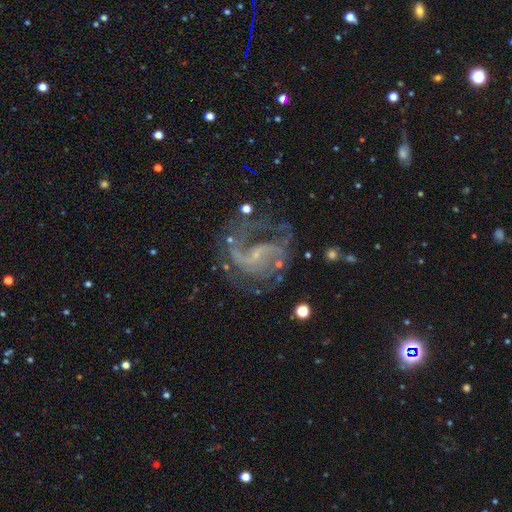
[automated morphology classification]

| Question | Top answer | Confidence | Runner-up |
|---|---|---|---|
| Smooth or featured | featured or disk | 82% | star or artifact (11%) |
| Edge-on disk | no | 98% | yes (2%) |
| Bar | weak | 44% | no (42%) |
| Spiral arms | yes | 90% | no (10%) |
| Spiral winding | medium | 44% | loose (42%) |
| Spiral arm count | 2 | 61% | 1 (14%) |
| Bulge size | small | 62% | none (28%) |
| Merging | none | 52% | major disturbance (27%) |